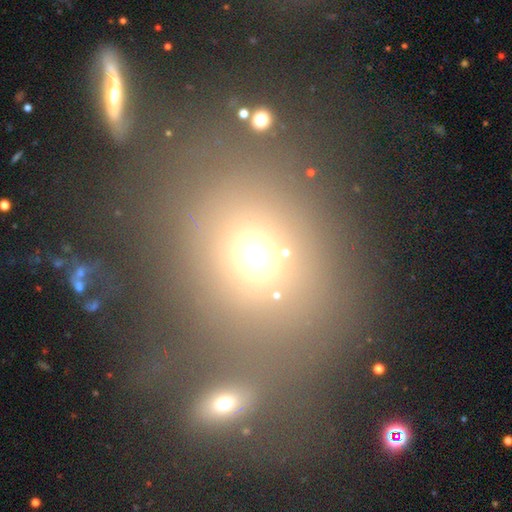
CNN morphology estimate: Smooth or featured? Predicted: smooth (p=0.65). How rounded? Predicted: round (p=0.63). Merging? Predicted: none (p=0.54).